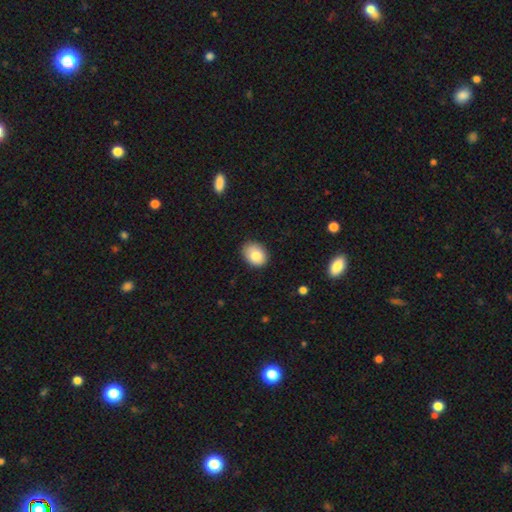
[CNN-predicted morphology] A smooth galaxy with no disk features (81%) that is in between round and cigar-shaped (63%).

Vote fractions:
- Smooth or featured? smooth: 81% / featured or disk: 10% / star or artifact: 8%
- How rounded? in between: 63% / round: 36% / cigar-shaped: 1%
- Merging? none: 82% / minor disturbance: 15% / major disturbance: 3% / merger: 1%